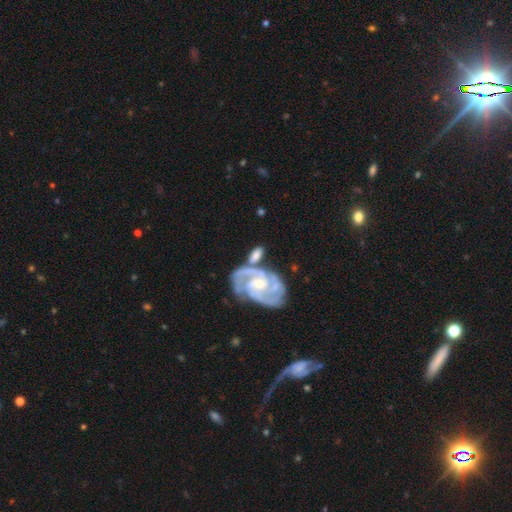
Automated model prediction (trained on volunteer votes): featured or disk 67%, smooth 27%, star or artifact 6%. Down the decision tree: edge-on disk — no (94%); bar — no (46%); spiral arms — yes (91%); spiral arm count — 2 (42%); spiral winding — tight (46%); bulge size — small (53%); merging — none (47%).